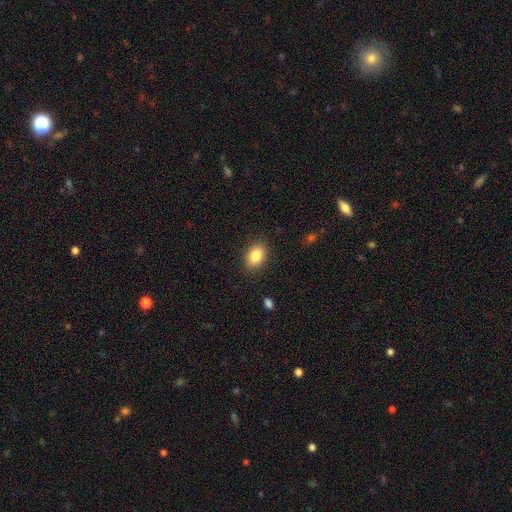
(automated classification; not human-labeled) Smooth or featured?
  - smooth: 84% *
  - star or artifact: 8%
  - featured or disk: 8%
How rounded?
  - in between: 80% *
  - round: 19%
  - cigar-shaped: 1%
Merging?
  - none: 87% *
  - minor disturbance: 10%
  - major disturbance: 3%
  - merger: 1%